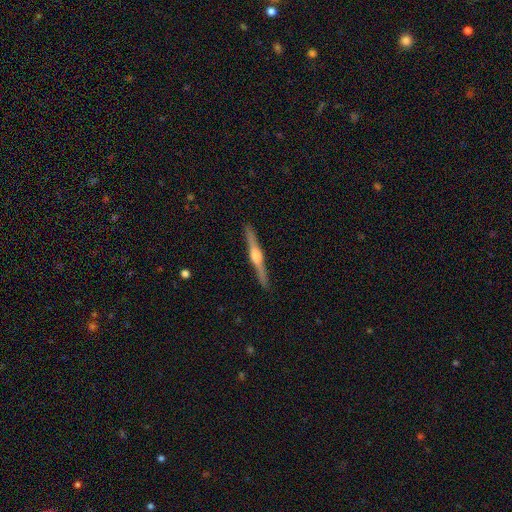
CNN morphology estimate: The model was most divided on "smooth or featured": featured or disk: 81%, smooth: 14%, star or artifact: 5%. More confident: edge-on disk — yes (98%); merging — none (92%); edge-on bulge — rounded (90%).